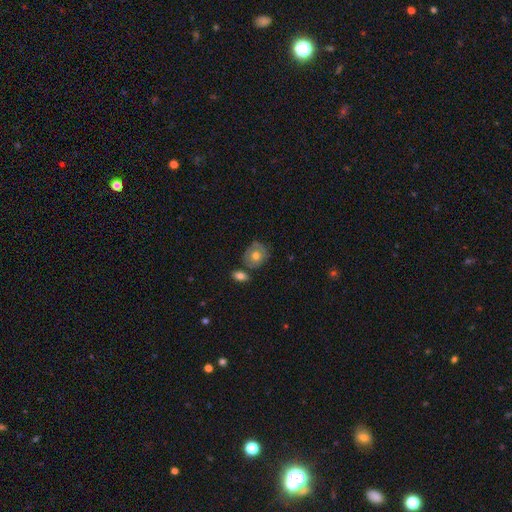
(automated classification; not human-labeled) smooth-or-featured: smooth: 56% | featured or disk: 37% | star or artifact: 7%
  how-rounded: round: 70% | in between: 29% | cigar-shaped: 1%
  merging: none: 65% | minor disturbance: 18% | merger: 11% | major disturbance: 6%